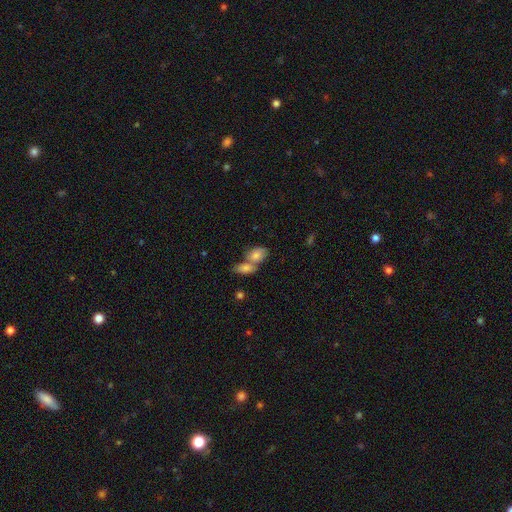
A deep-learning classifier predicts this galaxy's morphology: This appears to be a smooth galaxy with no disk features (77%) that is in between round and cigar-shaped (79%). Merging: merger (58%).